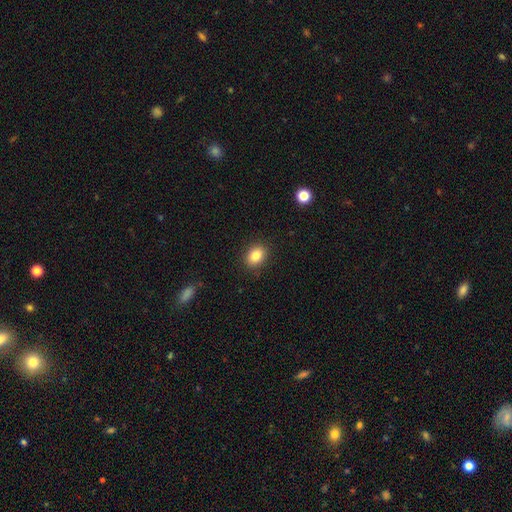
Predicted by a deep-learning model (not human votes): Smooth or featured? smooth (84%)
How rounded? in between (64%)
Merging? none (88%)